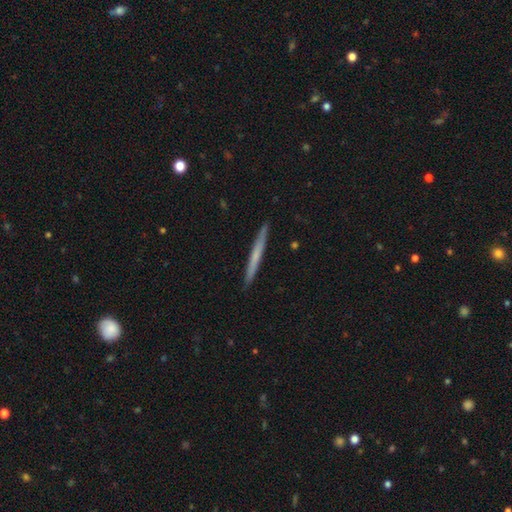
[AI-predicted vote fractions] This appears to be a smooth galaxy with no disk features (51%) that is cigar-shaped (97%). Merging: none (92%).